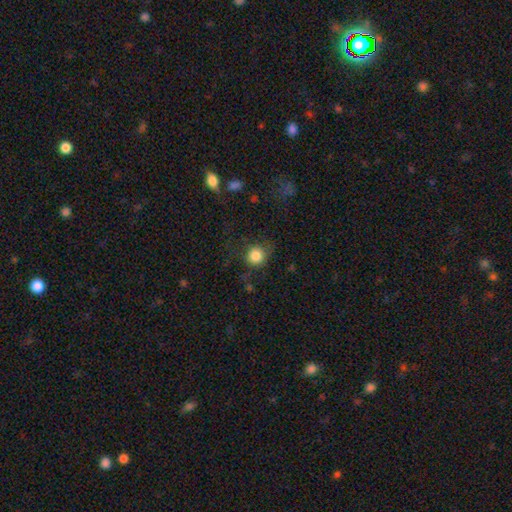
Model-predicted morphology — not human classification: A smooth galaxy with no disk features (84%) that is round (91%).

Vote fractions:
- Smooth or featured? smooth: 84% / star or artifact: 10% / featured or disk: 6%
- How rounded? round: 91% / in between: 8% / cigar-shaped: 1%
- Merging? none: 75% / minor disturbance: 15% / major disturbance: 8% / merger: 2%